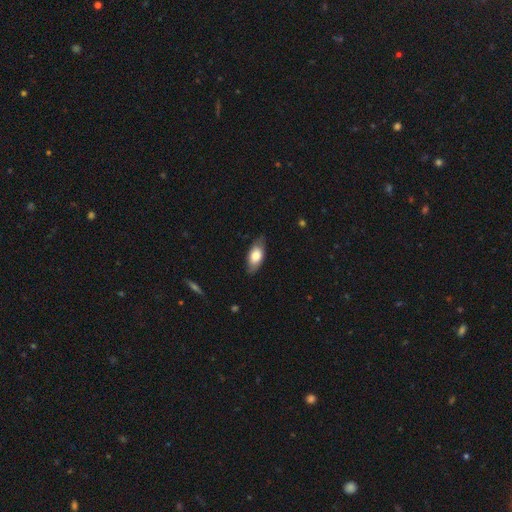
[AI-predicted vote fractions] Q: Smooth or featured?
A: smooth (73%); runner-up: featured or disk (21%)
Q: How rounded?
A: in between (88%); runner-up: cigar-shaped (9%)
Q: Merging?
A: none (80%); runner-up: minor disturbance (16%)